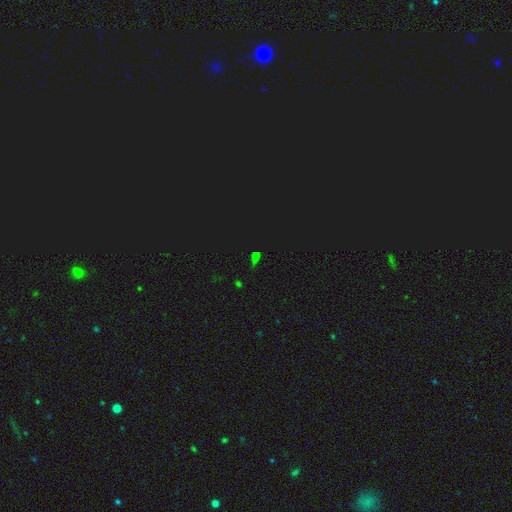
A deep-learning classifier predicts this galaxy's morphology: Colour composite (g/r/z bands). It shows a star or artifact, not a galaxy (62%).